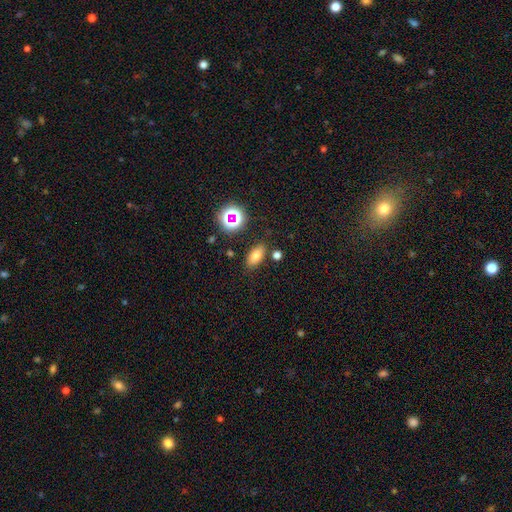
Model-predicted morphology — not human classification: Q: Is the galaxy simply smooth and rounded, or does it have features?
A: smooth — 72%.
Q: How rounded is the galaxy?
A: in between — 83%.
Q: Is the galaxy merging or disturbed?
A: none — 82%.